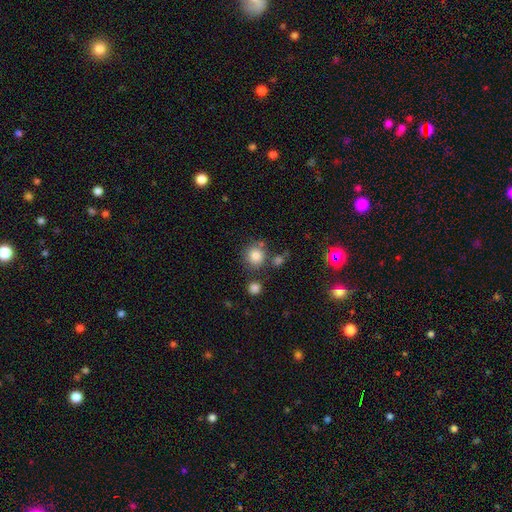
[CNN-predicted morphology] Overall: smooth (82%). How rounded: round (89%). Merging: none (73%).